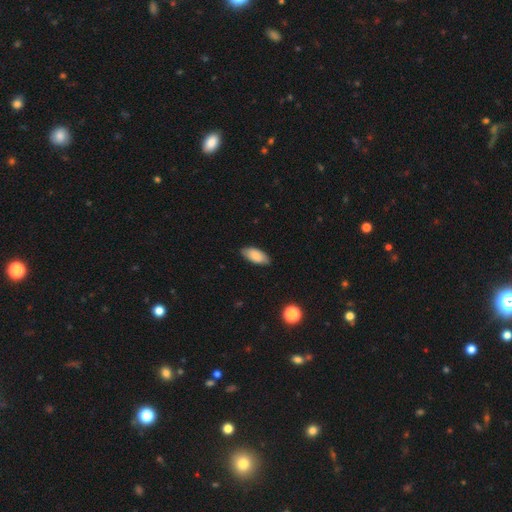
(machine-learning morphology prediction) smooth_or_featured: smooth (p=0.85) [alt: featured or disk p=0.09]
how_rounded: in between (p=0.90) [alt: cigar-shaped p=0.08]
merging: none (p=0.84) [alt: minor disturbance p=0.13]